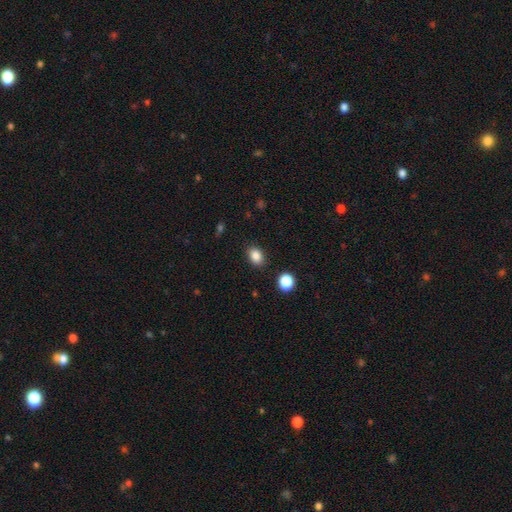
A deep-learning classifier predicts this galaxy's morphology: Smooth or featured? smooth (86%)
How rounded? in between (71%)
Merging? none (86%)